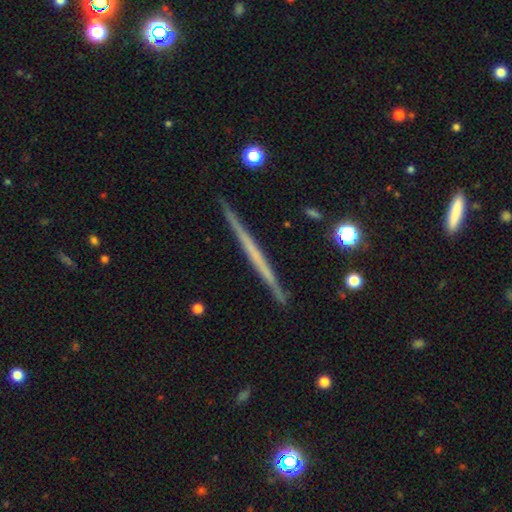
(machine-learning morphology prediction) Smooth or featured: featured or disk — 62% (smooth — 33%)
Edge-on disk: yes — 98% (no — 2%)
Edge-on bulge: none — 91% (rounded — 6%)
Merging: none — 92% (minor disturbance — 6%)